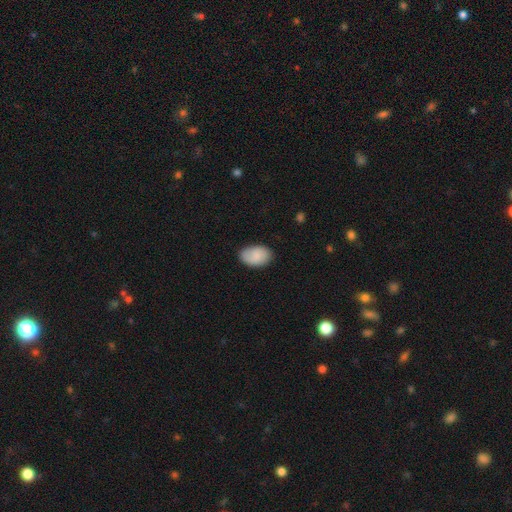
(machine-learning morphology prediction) smooth 84%, featured or disk 10%, star or artifact 6%. Down the decision tree: how rounded — in between (90%); merging — none (80%).